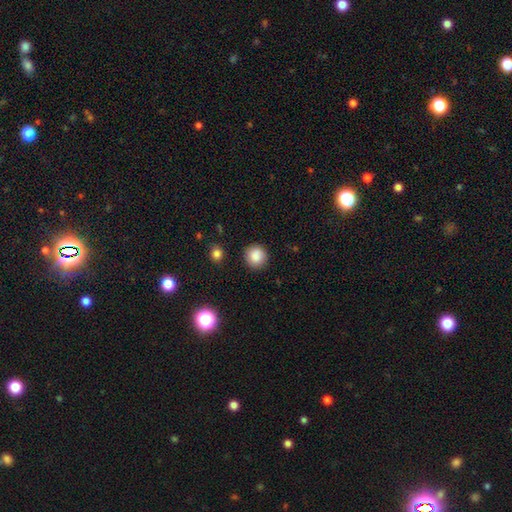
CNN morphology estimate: A smooth galaxy with no disk features (86%) that is round (92%). Merging: none (88%).